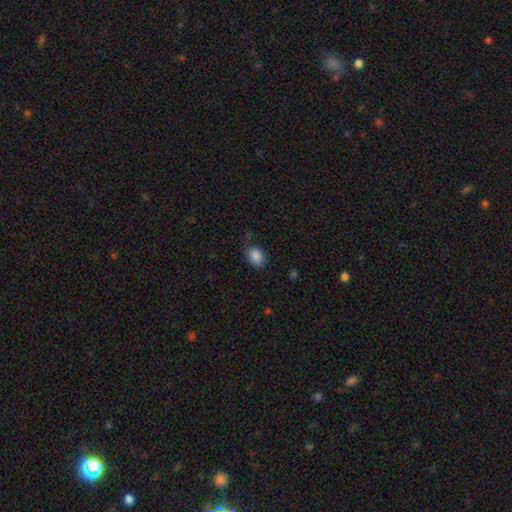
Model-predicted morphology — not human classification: smooth-or-featured: smooth: 87% | star or artifact: 9% | featured or disk: 4%
  how-rounded: in between: 65% | round: 34% | cigar-shaped: 1%
  merging: none: 74% | minor disturbance: 20% | major disturbance: 5% | merger: 1%